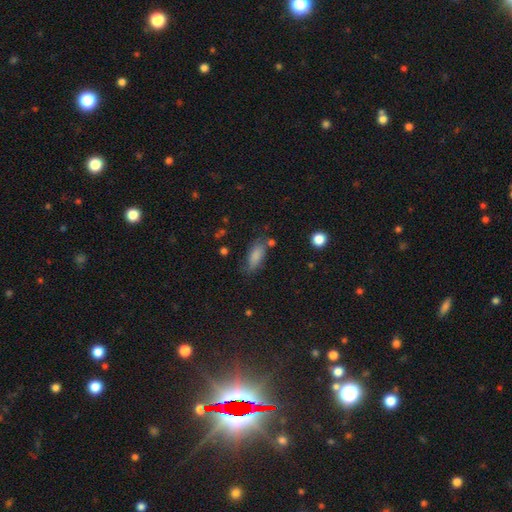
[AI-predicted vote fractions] Overall: smooth (82%). How rounded: in between (81%). Merging: none (63%; minor disturbance 24%).